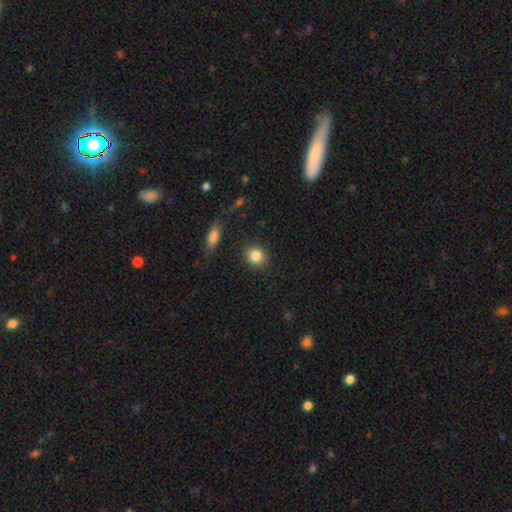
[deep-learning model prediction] Smooth or featured? smooth (85%)
How rounded? round (75%)
Merging? none (88%)